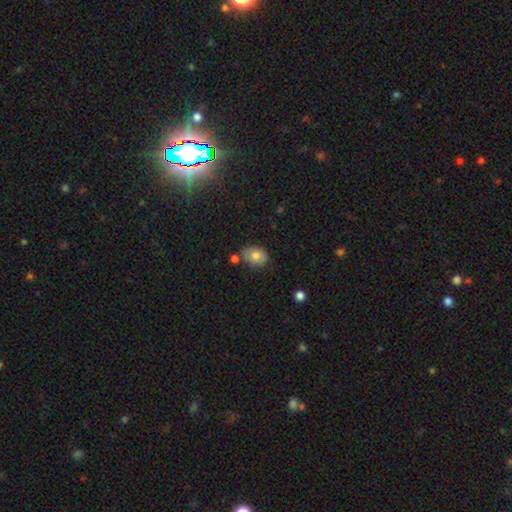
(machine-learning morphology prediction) A smooth galaxy with no disk features (77%) that is in between round and cigar-shaped (67%). Merging: none (63%).